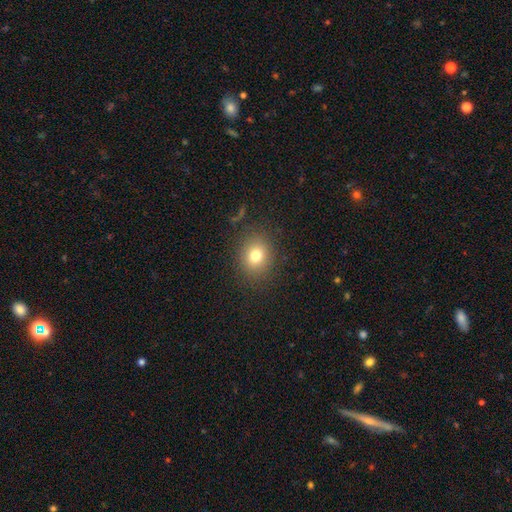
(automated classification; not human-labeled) smooth-or-featured: smooth: 76% | star or artifact: 14% | featured or disk: 10%
  how-rounded: round: 71% | in between: 28% | cigar-shaped: 1%
  merging: none: 86% | minor disturbance: 9% | major disturbance: 4% | merger: 2%